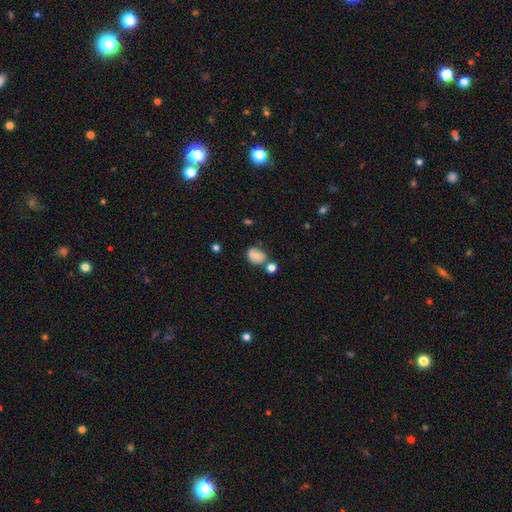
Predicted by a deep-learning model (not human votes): This is likely a smooth galaxy (72%). How rounded: possibly in between (55%). Merging: possibly none (56%).